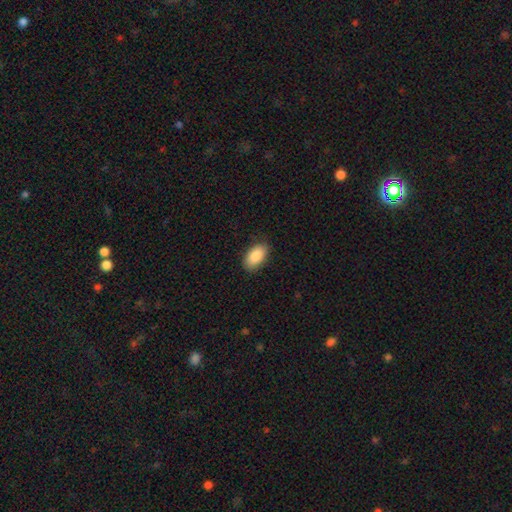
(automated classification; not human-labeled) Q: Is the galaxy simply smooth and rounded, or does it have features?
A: smooth — 87%.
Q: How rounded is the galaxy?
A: in between — 93%.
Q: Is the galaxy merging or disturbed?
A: none — 86%.